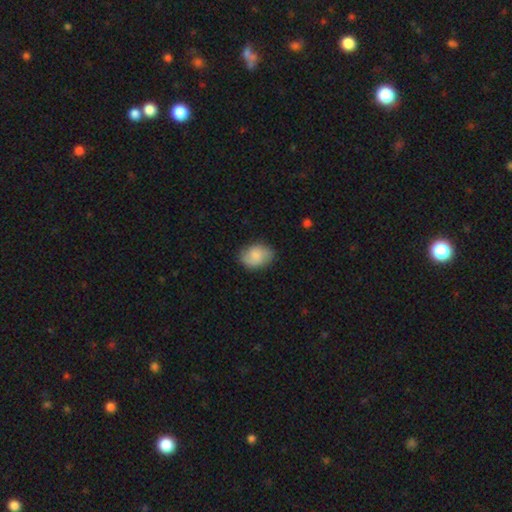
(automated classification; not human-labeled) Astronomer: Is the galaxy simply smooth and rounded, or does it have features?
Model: smooth — 76%.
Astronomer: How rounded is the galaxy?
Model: in between — 69%.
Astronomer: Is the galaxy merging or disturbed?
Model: none — 78%.